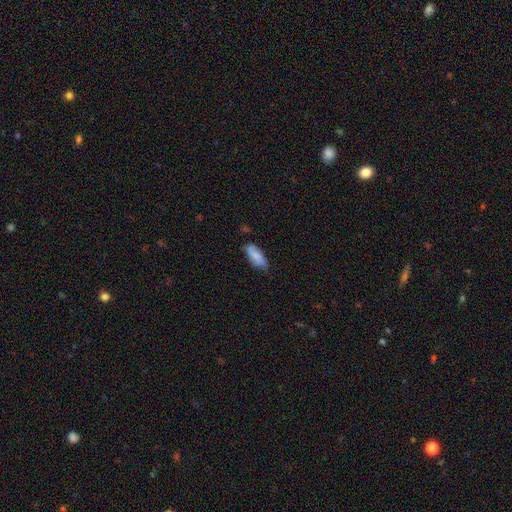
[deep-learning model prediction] Smooth or featured: smooth — 72% (featured or disk — 22%)
How rounded: in between — 79% (cigar-shaped — 19%)
Merging: none — 71% (minor disturbance — 23%)